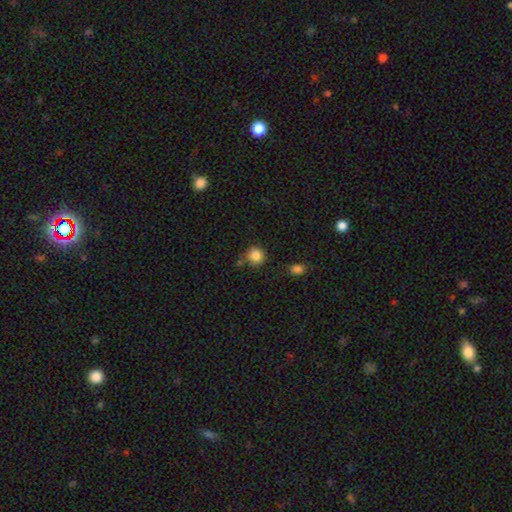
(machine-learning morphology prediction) Smooth or featured? smooth (86%)
How rounded? round (89%)
Merging? none (73%)